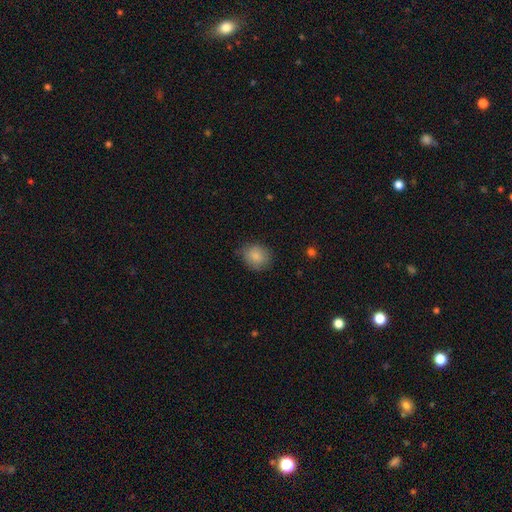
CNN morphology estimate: A smooth galaxy with no disk features (86%) that is round (62%). Merging: none (77%).